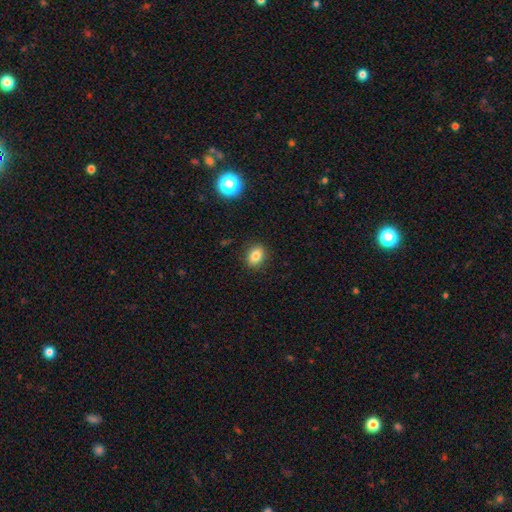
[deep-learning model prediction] smooth-or-featured: smooth: 83% | star or artifact: 11% | featured or disk: 7%
  how-rounded: in between: 68% | round: 30% | cigar-shaped: 1%
  merging: none: 88% | minor disturbance: 8% | major disturbance: 2% | merger: 1%